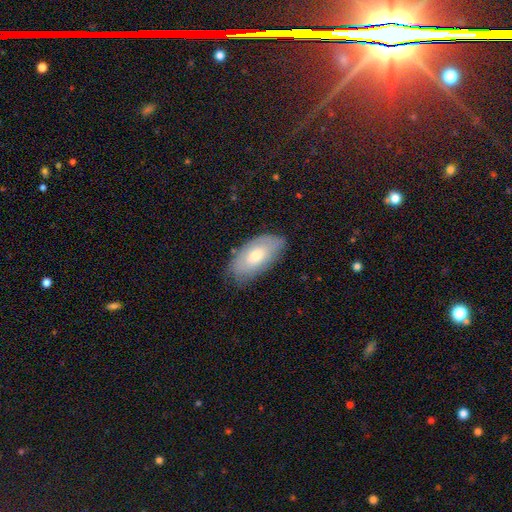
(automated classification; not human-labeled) smooth-or-featured: smooth: 63% | featured or disk: 31% | star or artifact: 6%
  how-rounded: in between: 93% | cigar-shaped: 4% | round: 3%
  merging: none: 74% | minor disturbance: 21% | major disturbance: 4% | merger: 1%